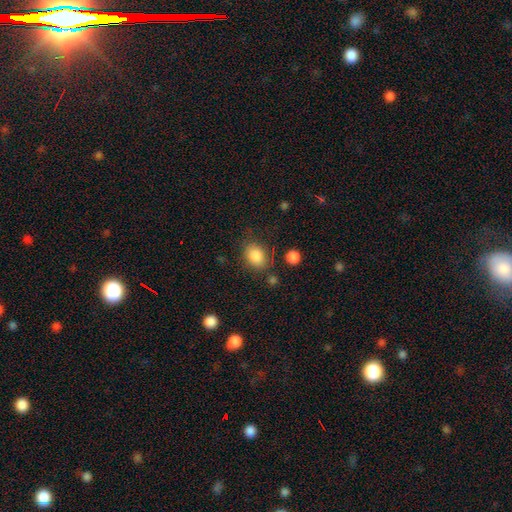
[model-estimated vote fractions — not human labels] This is clearly a smooth galaxy (87%). How rounded: likely in between (72%). Merging: likely none (74%).